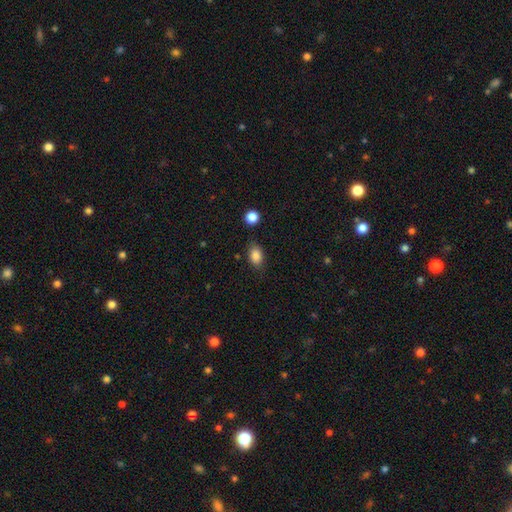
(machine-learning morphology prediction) smooth_or_featured: smooth (p=0.85) [alt: star or artifact p=0.09]
how_rounded: in between (p=0.81) [alt: round p=0.18]
merging: none (p=0.79) [alt: minor disturbance p=0.15]